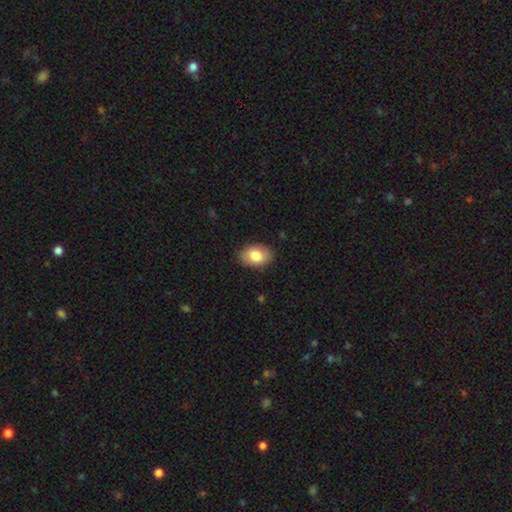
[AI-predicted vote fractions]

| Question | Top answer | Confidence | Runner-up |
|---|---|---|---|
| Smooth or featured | smooth | 83% | featured or disk (10%) |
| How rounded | in between | 86% | round (13%) |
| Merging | none | 87% | minor disturbance (10%) |